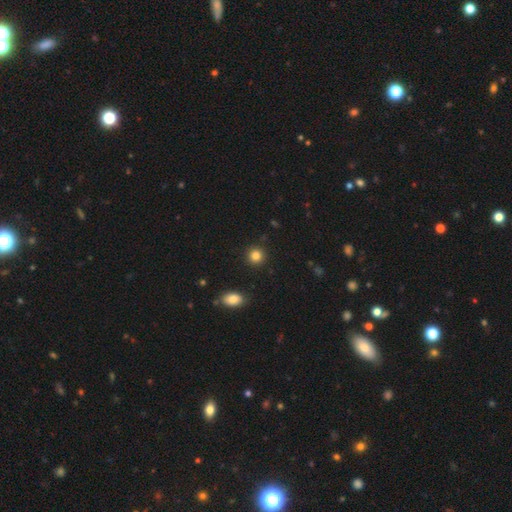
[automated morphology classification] A smooth galaxy with no disk features (85%) that is round (91%).

Vote fractions:
- Smooth or featured? smooth: 85% / star or artifact: 10% / featured or disk: 5%
- How rounded? round: 91% / in between: 8% / cigar-shaped: 1%
- Merging? none: 91% / minor disturbance: 5% / major disturbance: 2% / merger: 2%